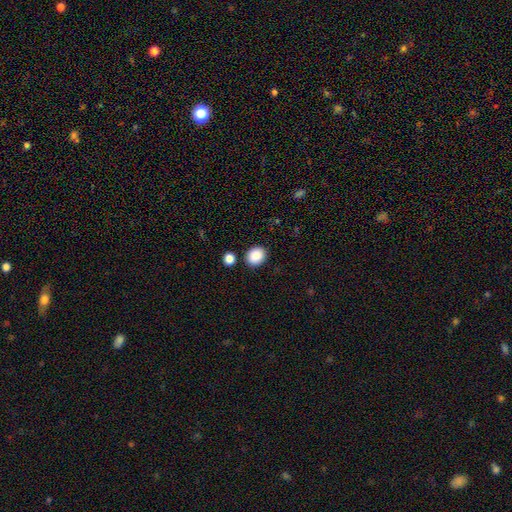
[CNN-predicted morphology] A smooth galaxy with no disk features (88%) that is round (59%).

Vote fractions:
- Smooth or featured? smooth: 88% / star or artifact: 8% / featured or disk: 3%
- How rounded? round: 59% / in between: 40% / cigar-shaped: 1%
- Merging? none: 86% / minor disturbance: 8% / merger: 4% / major disturbance: 2%